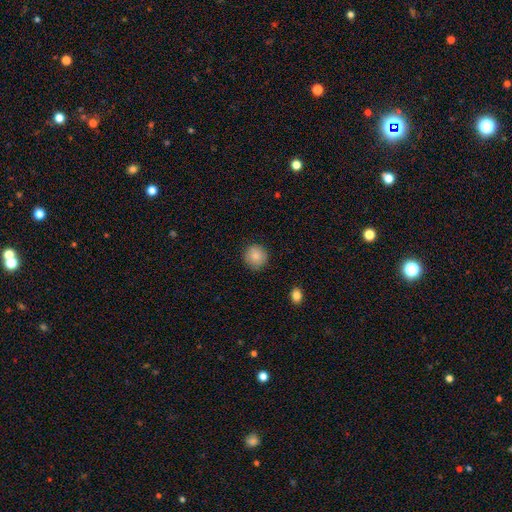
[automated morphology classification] smooth_or_featured: smooth (p=0.86) [alt: star or artifact p=0.08]
how_rounded: round (p=0.91) [alt: in between p=0.08]
merging: none (p=0.88) [alt: minor disturbance p=0.09]